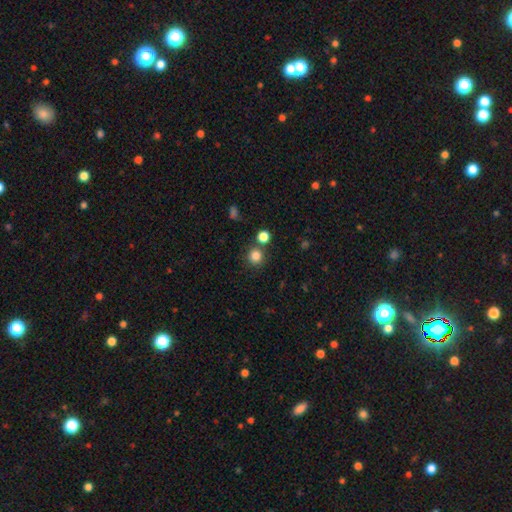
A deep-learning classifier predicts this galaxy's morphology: Smooth or featured? Predicted: smooth (p=0.83). How rounded? Predicted: round (p=0.92). Merging? Predicted: none (p=0.77).